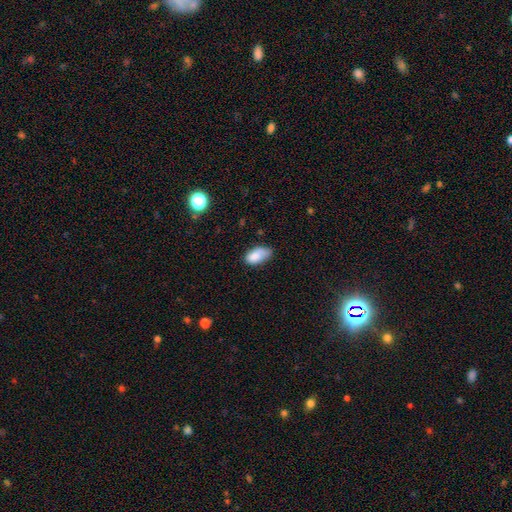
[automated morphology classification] Smooth or featured?
  - smooth: 83% *
  - featured or disk: 9%
  - star or artifact: 8%
How rounded?
  - in between: 93% *
  - round: 4%
  - cigar-shaped: 3%
Merging?
  - none: 50% *
  - minor disturbance: 38%
  - major disturbance: 9%
  - merger: 3%